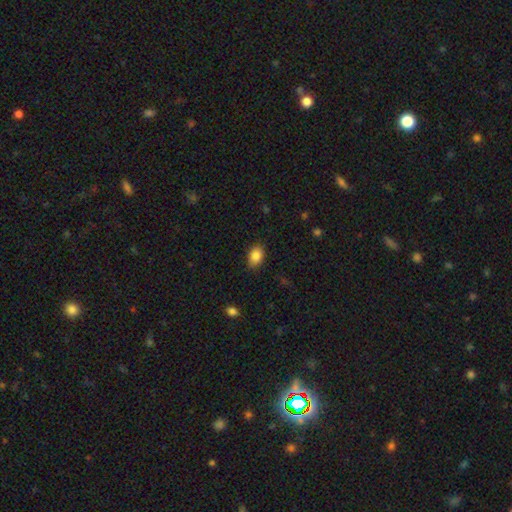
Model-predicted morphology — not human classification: This is clearly a smooth galaxy (86%). How rounded: clearly in between (82%). Merging: clearly none (85%).